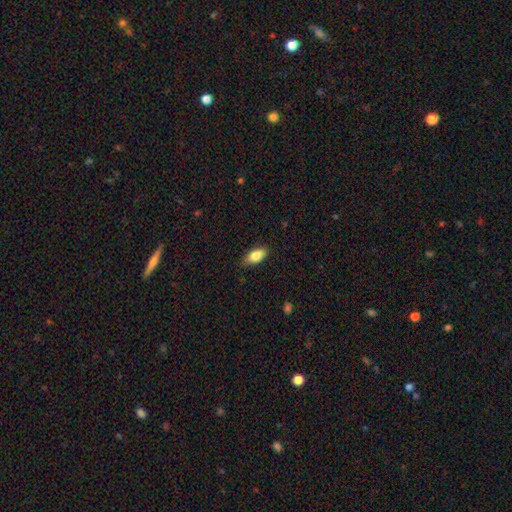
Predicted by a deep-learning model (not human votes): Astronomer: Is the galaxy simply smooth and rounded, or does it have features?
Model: smooth — 83%.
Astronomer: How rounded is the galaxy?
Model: in between — 89%.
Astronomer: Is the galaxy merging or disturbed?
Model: none — 84%.